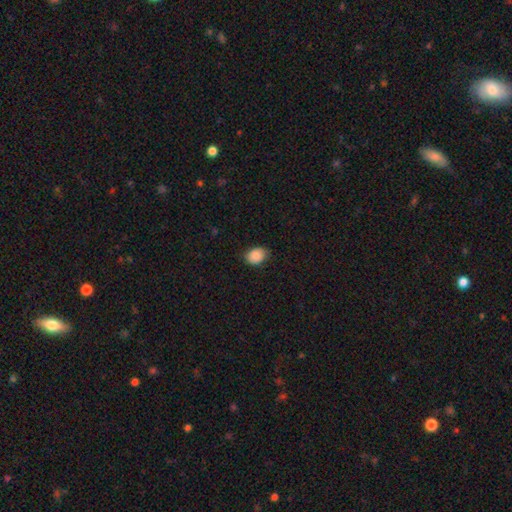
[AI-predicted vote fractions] Overall: smooth (89%). How rounded: in between (65%; round 35%). Merging: none (77%).